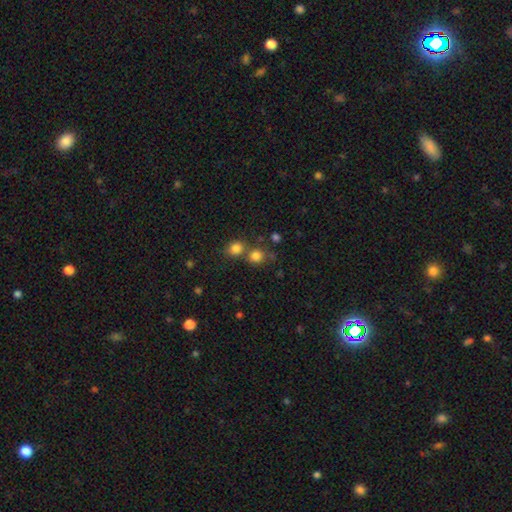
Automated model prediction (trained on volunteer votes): Smooth or featured?
  - smooth: 79% *
  - star or artifact: 14%
  - featured or disk: 6%
How rounded?
  - round: 86% *
  - in between: 13%
  - cigar-shaped: 1%
Merging?
  - none: 57% *
  - merger: 31%
  - minor disturbance: 8%
  - major disturbance: 4%